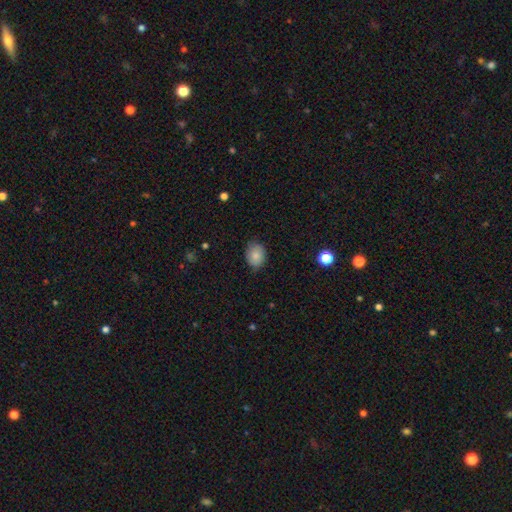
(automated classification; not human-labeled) smooth-or-featured: smooth: 85% | star or artifact: 8% | featured or disk: 7%
  how-rounded: in between: 57% | round: 42% | cigar-shaped: 1%
  merging: none: 78% | minor disturbance: 18% | major disturbance: 3% | merger: 1%